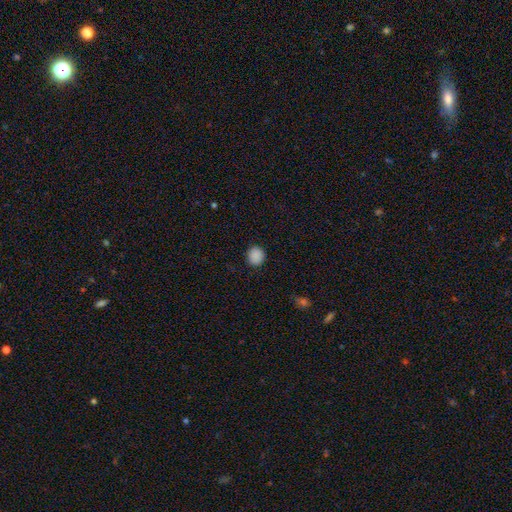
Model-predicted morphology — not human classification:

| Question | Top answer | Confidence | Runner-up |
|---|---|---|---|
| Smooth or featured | smooth | 88% | star or artifact (9%) |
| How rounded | round | 84% | in between (15%) |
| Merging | none | 90% | minor disturbance (7%) |